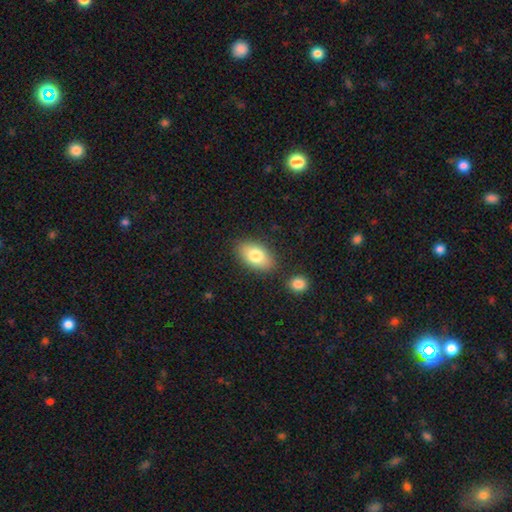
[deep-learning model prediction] Overall: smooth (79%). How rounded: in between (91%). Merging: none (82%).